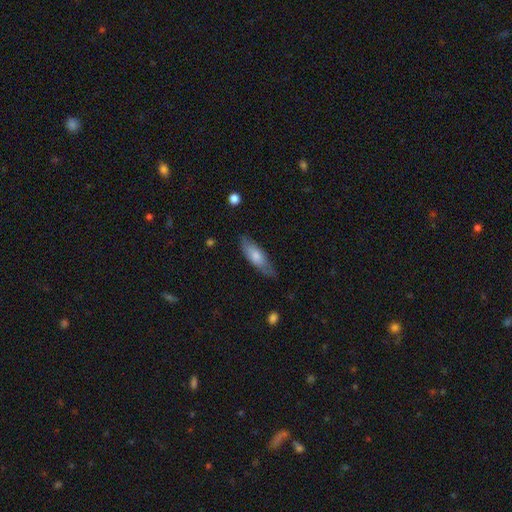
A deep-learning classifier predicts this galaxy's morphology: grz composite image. It shows a smooth galaxy with no disk features (71%) that is in between round and cigar-shaped (56%). Merging: none (72%).